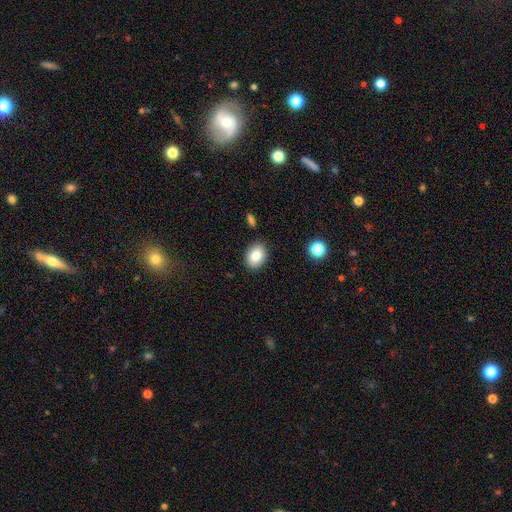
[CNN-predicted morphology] Overall: smooth (83%). How rounded: in between (67%; round 32%). Merging: none (86%).